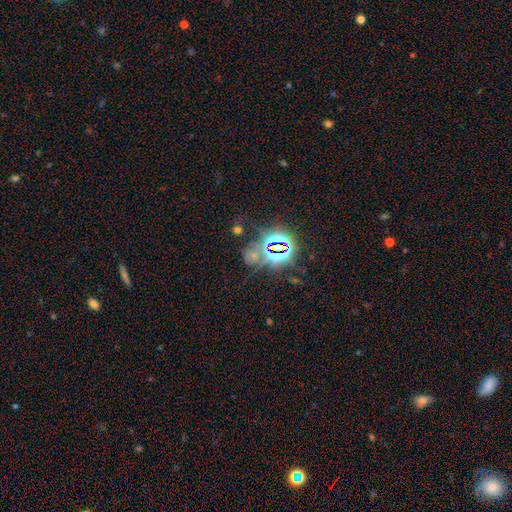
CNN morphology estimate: Smooth or featured?
  - star or artifact: 68% *
  - smooth: 21%
  - featured or disk: 11%